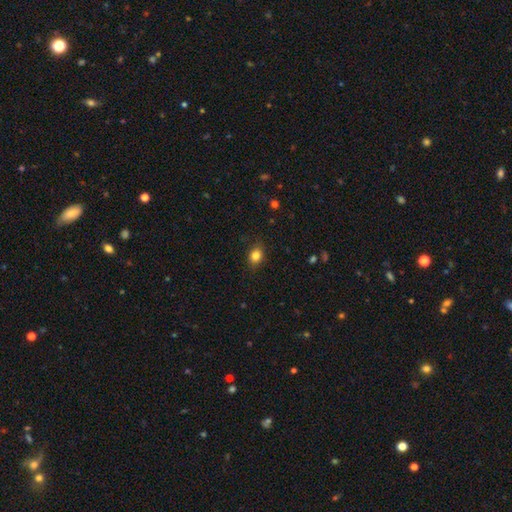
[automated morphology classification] A smooth galaxy with no disk features (84%) that is in between round and cigar-shaped (58%). Merging: none (85%).